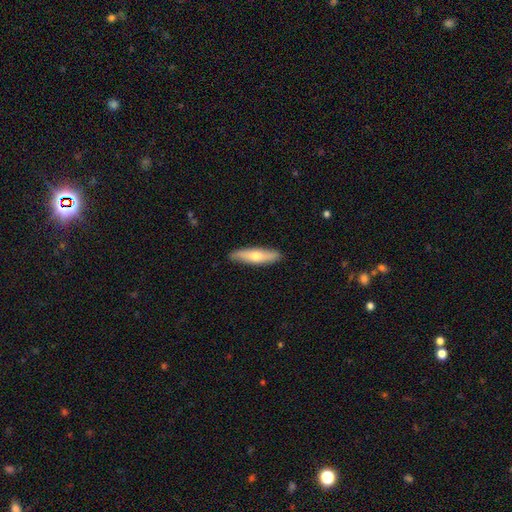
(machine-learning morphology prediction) Overall: smooth (59%; featured or disk 36%). How rounded: cigar-shaped (74%). Merging: none (88%).